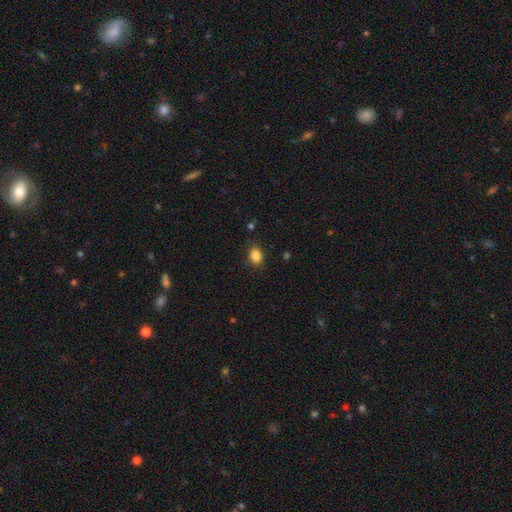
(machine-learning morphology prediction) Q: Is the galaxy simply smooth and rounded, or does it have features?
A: smooth — 86%.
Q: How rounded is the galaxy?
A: in between — 67%.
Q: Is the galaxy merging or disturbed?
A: none — 84%.